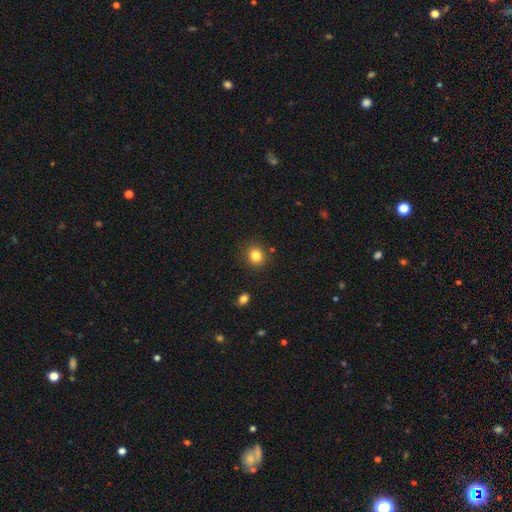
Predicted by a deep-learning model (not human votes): smooth_or_featured: smooth (p=0.83) [alt: star or artifact p=0.11]
how_rounded: round (p=0.76) [alt: in between p=0.23]
merging: none (p=0.87) [alt: minor disturbance p=0.08]